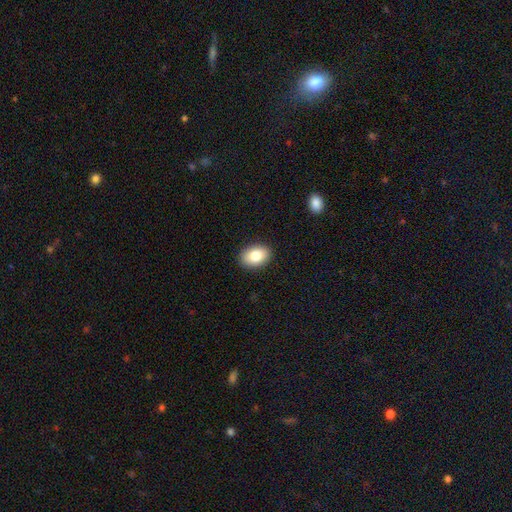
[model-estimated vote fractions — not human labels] Smooth or featured? Predicted: smooth (p=0.83). How rounded? Predicted: in between (p=0.84). Merging? Predicted: none (p=0.90).